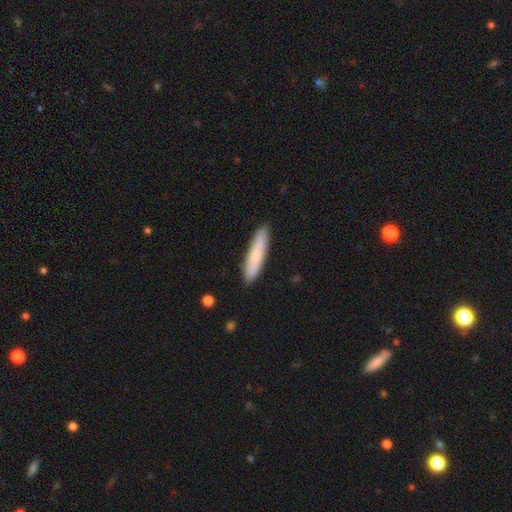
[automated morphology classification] Q: Smooth or featured?
A: smooth (74%); runner-up: featured or disk (21%)
Q: How rounded?
A: cigar-shaped (86%); runner-up: in between (13%)
Q: Merging?
A: none (89%); runner-up: minor disturbance (8%)